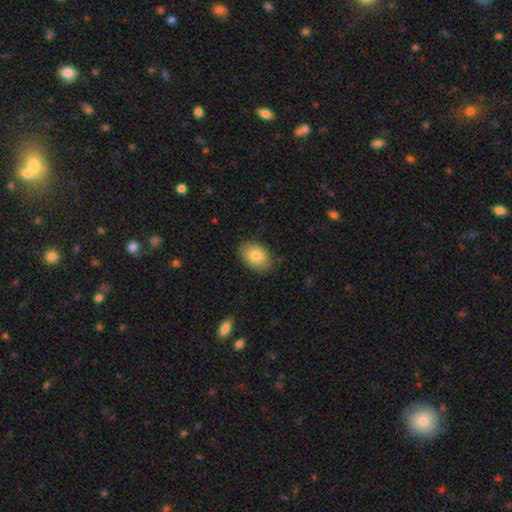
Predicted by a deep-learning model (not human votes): Q: Smooth or featured?
A: smooth (82%); runner-up: featured or disk (11%)
Q: How rounded?
A: in between (82%); runner-up: round (17%)
Q: Merging?
A: none (80%); runner-up: minor disturbance (16%)